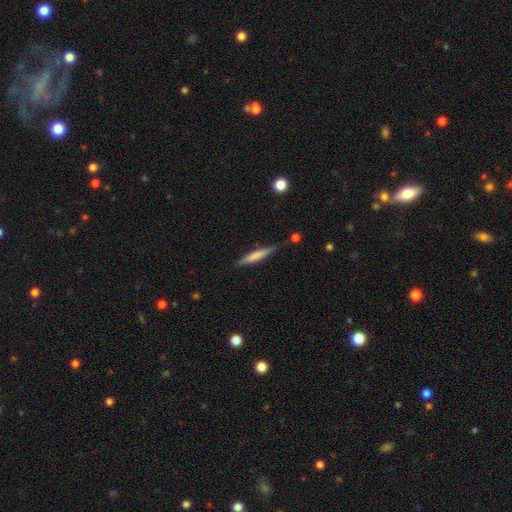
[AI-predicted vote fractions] Overall: smooth (65%; featured or disk 29%). How rounded: cigar-shaped (92%). Merging: none (84%).